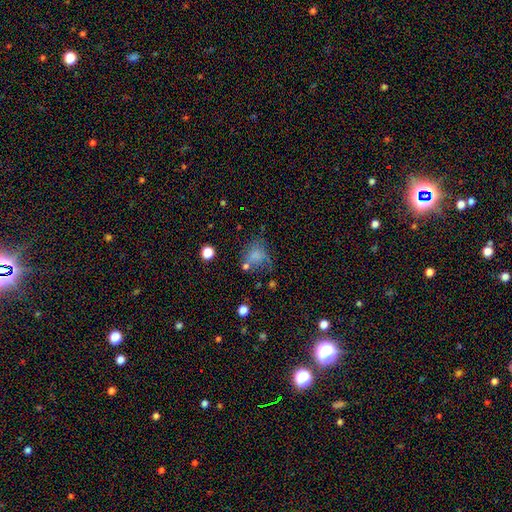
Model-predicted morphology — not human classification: smooth 66%, featured or disk 18%, star or artifact 16%. Down the decision tree: how rounded — round (59%); merging — none (40%).